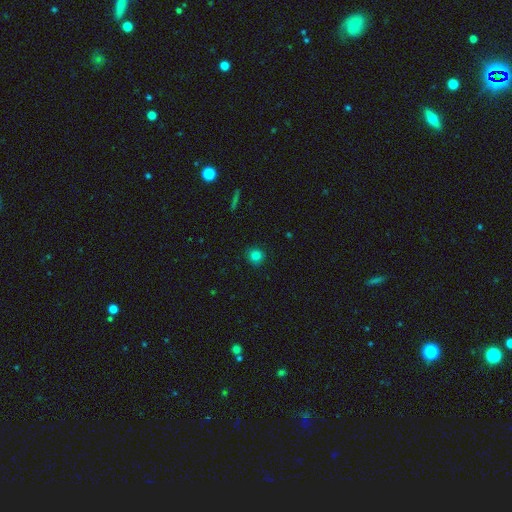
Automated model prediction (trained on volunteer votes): Smooth or featured: smooth — 83% (star or artifact — 12%)
How rounded: round — 91% (in between — 8%)
Merging: none — 89% (minor disturbance — 8%)